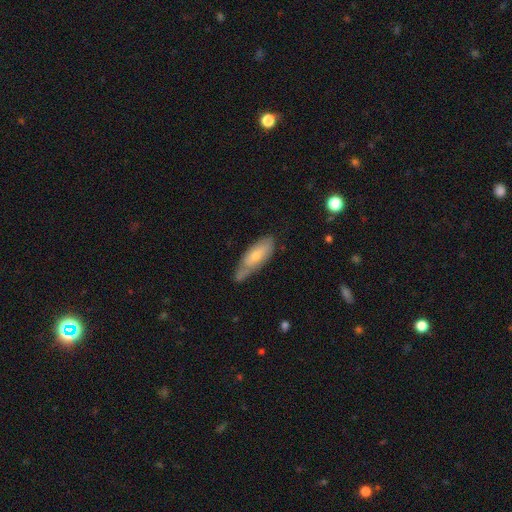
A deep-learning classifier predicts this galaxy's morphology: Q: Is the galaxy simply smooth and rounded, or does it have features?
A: smooth — 52%.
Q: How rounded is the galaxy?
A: in between — 63%.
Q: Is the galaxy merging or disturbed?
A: none — 48%.